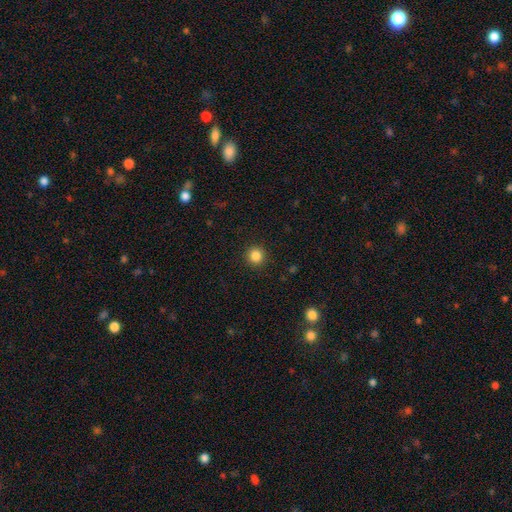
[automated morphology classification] The model was most divided on "smooth or featured": smooth: 85%, star or artifact: 11%, featured or disk: 4%. More confident: how rounded — round (94%); merging — none (92%).